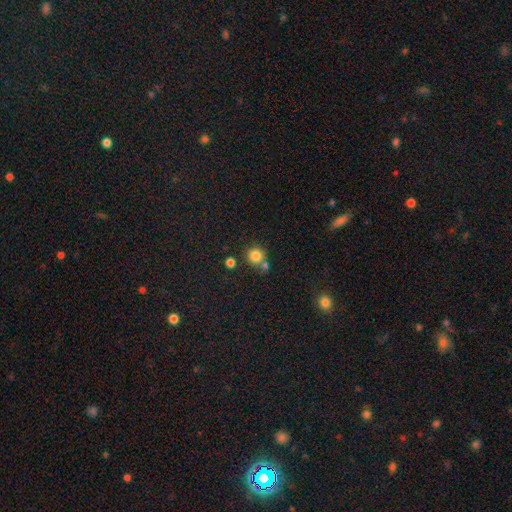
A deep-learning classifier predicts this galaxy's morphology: This is clearly a smooth galaxy (83%). How rounded: clearly round (92%). Merging: likely none (66%).